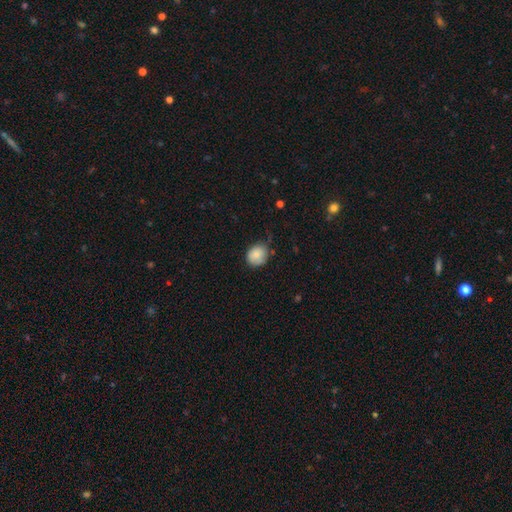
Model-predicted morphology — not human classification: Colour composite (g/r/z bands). It shows a smooth galaxy with no disk features (82%) that is round (66%). Merging: none (59%).